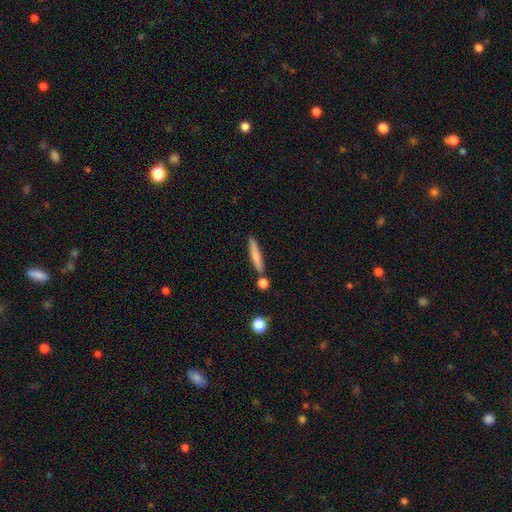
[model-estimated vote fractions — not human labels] Smooth or featured? smooth (72%)
How rounded? cigar-shaped (91%)
Merging? none (78%)